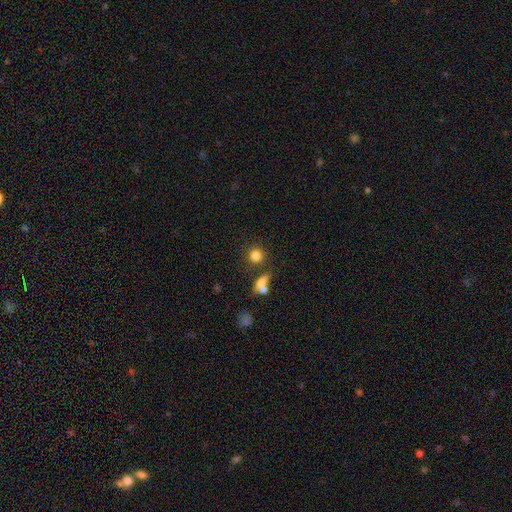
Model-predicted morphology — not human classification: type=smooth (81%); roundness=round (87%); merging=none (76%).